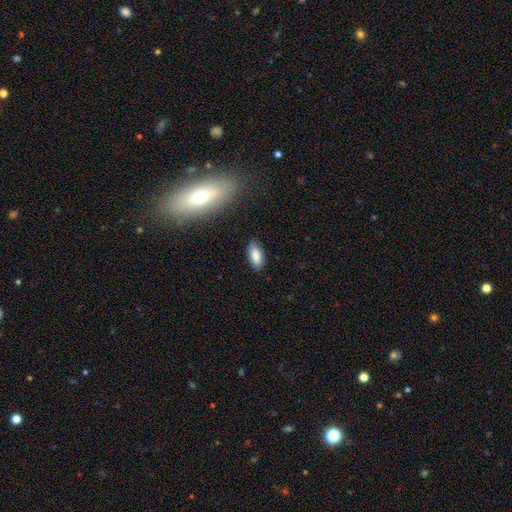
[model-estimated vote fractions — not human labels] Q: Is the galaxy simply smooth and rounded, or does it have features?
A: smooth — 85%.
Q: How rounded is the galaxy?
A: in between — 89%.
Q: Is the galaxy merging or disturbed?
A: none — 84%.